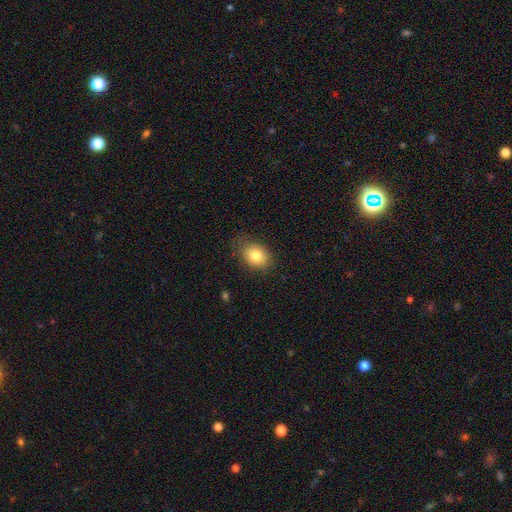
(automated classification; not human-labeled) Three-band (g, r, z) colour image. It shows a smooth galaxy with no disk features (82%) that is in between round and cigar-shaped (69%). Merging: none (76%).